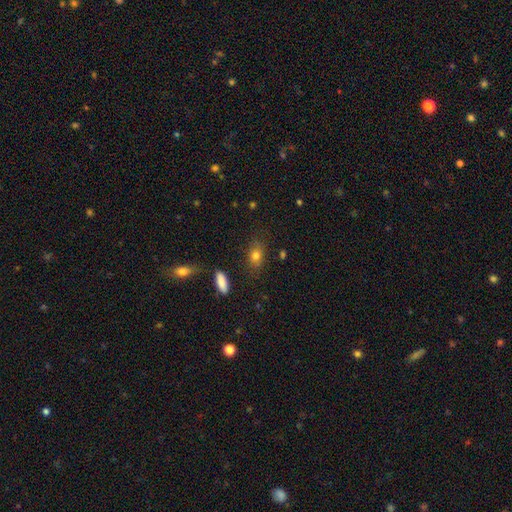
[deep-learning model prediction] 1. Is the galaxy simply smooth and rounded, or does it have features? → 78% smooth, 11% featured or disk, 11% star or artifact.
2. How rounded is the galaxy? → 72% in between, 24% round, 5% cigar-shaped.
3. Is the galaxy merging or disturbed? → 79% none, 15% minor disturbance, 4% major disturbance, 2% merger.